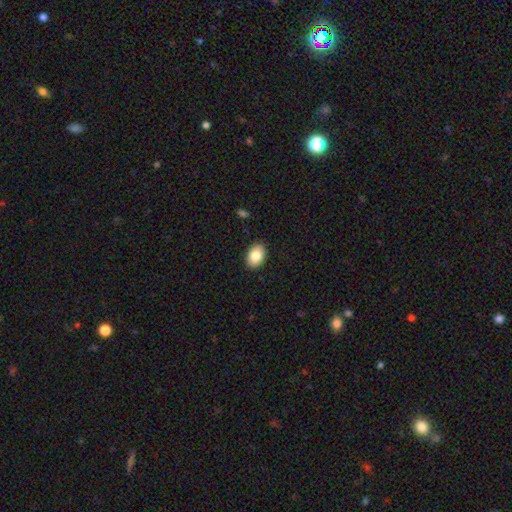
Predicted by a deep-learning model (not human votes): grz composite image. It shows a smooth galaxy with no disk features (85%) that is in between round and cigar-shaped (86%). Merging: none (90%).